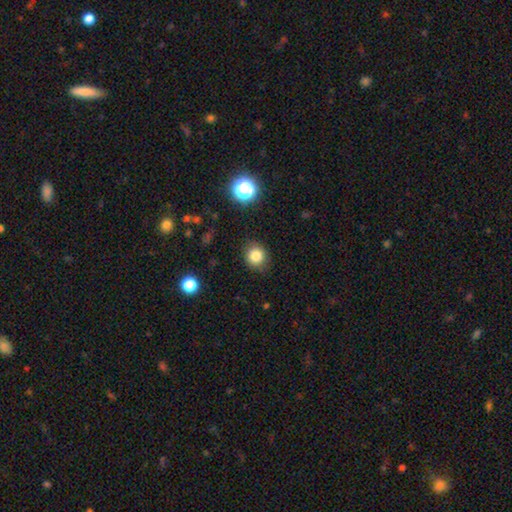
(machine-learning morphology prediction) A smooth galaxy with no disk features (82%) that is round (87%).

Vote fractions:
- Smooth or featured? smooth: 82% / star or artifact: 12% / featured or disk: 5%
- How rounded? round: 87% / in between: 12% / cigar-shaped: 1%
- Merging? none: 86% / minor disturbance: 10% / major disturbance: 3% / merger: 1%